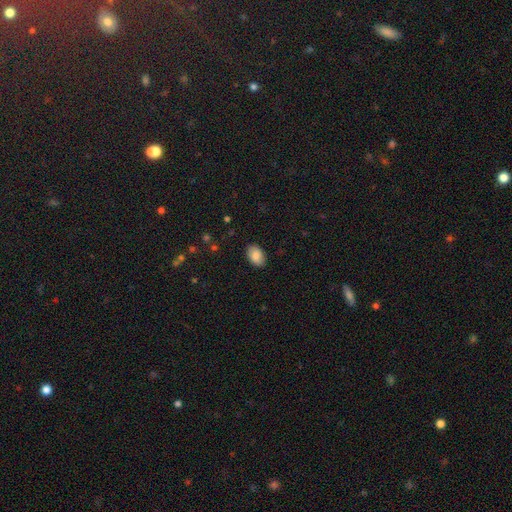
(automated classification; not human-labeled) smooth 87%, star or artifact 7%, featured or disk 7%. Down the decision tree: how rounded — in between (89%); merging — none (88%).